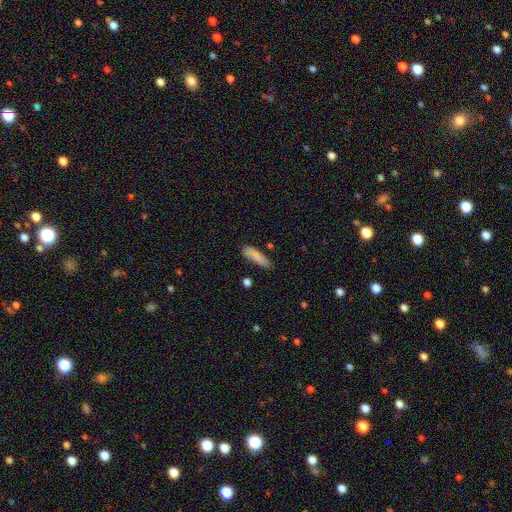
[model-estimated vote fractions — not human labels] Smooth or featured? Predicted: smooth (p=0.74). How rounded? Predicted: in between (p=0.49). Merging? Predicted: none (p=0.71).